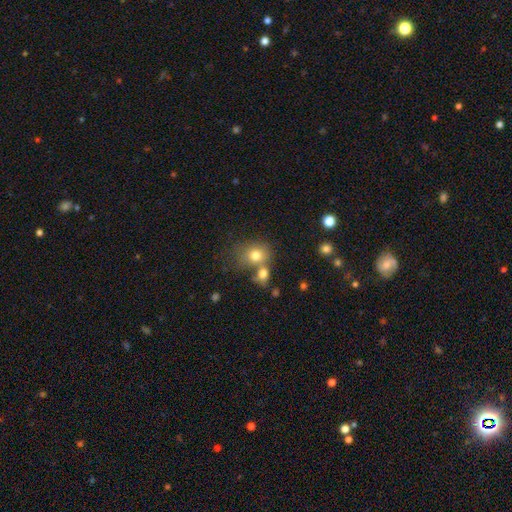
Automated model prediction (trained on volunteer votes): Smooth or featured? smooth (77%)
How rounded? round (60%)
Merging? none (44%)